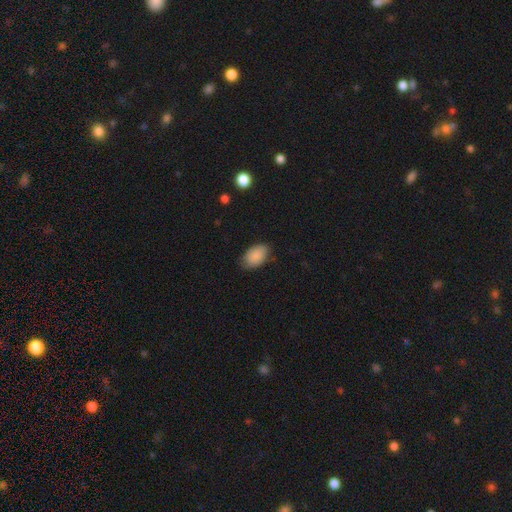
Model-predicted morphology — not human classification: Smooth or featured?
  - smooth: 88% *
  - star or artifact: 7%
  - featured or disk: 5%
How rounded?
  - in between: 91% *
  - round: 7%
  - cigar-shaped: 1%
Merging?
  - none: 79% *
  - minor disturbance: 17%
  - major disturbance: 3%
  - merger: 1%